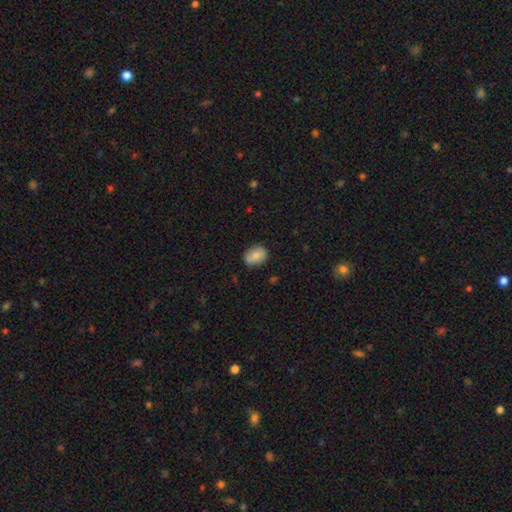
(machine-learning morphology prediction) The model was most divided on "how rounded": in between: 71%, round: 27%, cigar-shaped: 2%. More confident: merging — none (81%); smooth or featured — smooth (80%).